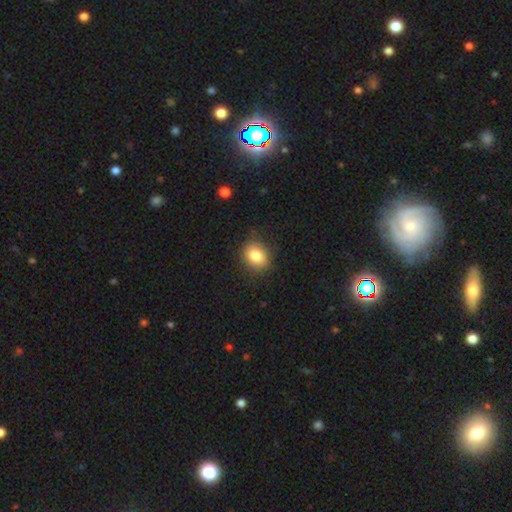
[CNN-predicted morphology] This is clearly a smooth galaxy (83%). How rounded: possibly in between (51%). Merging: clearly none (82%).